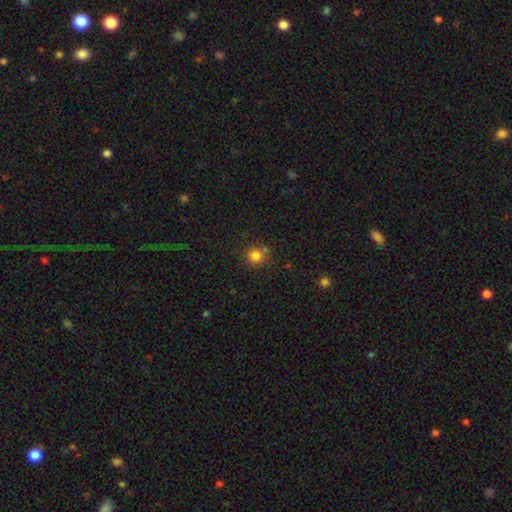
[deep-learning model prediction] Overall: smooth (82%). How rounded: round (90%). Merging: none (75%).